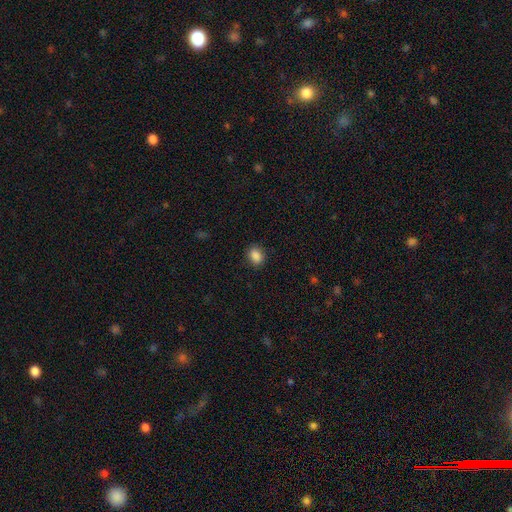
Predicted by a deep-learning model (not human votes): This appears to be a smooth galaxy with no disk features (87%) that is in between round and cigar-shaped (57%). Merging: none (88%).